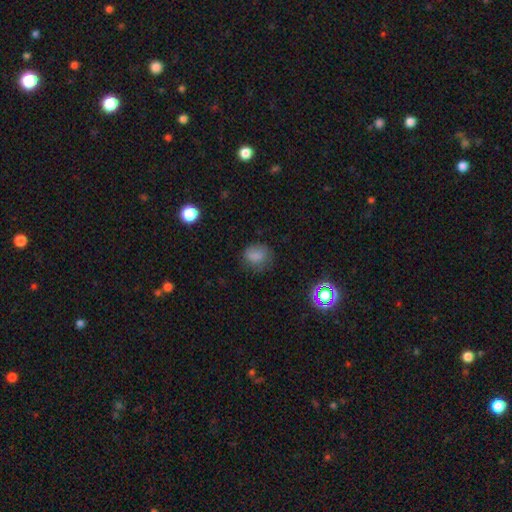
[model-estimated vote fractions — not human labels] Smooth or featured: smooth — 79% (star or artifact — 13%)
How rounded: round — 58% (in between — 41%)
Merging: none — 66% (minor disturbance — 23%)